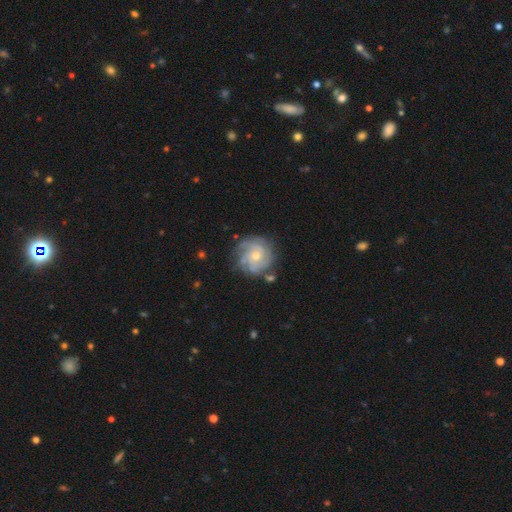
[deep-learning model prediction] smooth-or-featured: featured or disk: 79% | smooth: 13% | star or artifact: 8%
  disk-edge-on: no: 98% | yes: 2%
    bar: no: 79% | weak: 18% | strong: 3%
    has-spiral-arms: yes: 93% | no: 7%
      spiral-winding: tight: 69% | medium: 25% | loose: 7%
      spiral-arm-count: can't tell: 35% | 3: 22% | 4: 18% | 2: 11% | more than 4: 8% | 1: 6%
    bulge-size: moderate: 48% (tied) | small: 48% (tied) | large: 2% | none: 1% | dominant: 1%
  merging: none: 77% | minor disturbance: 15% | major disturbance: 5% | merger: 3%